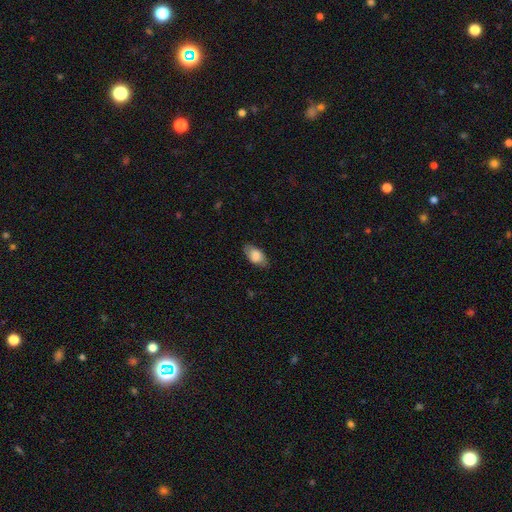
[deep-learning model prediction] Smooth or featured: smooth — 80% (featured or disk — 13%)
How rounded: in between — 91% (round — 5%)
Merging: none — 78% (minor disturbance — 16%)